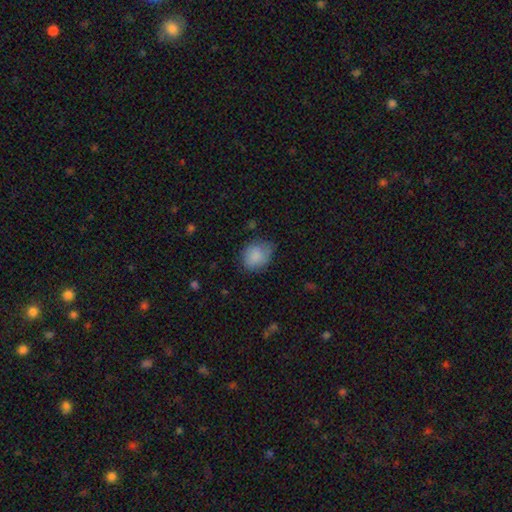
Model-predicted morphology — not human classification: This appears to be a smooth galaxy with no disk features (84%) that is in between round and cigar-shaped (52%). Merging: none (60%).